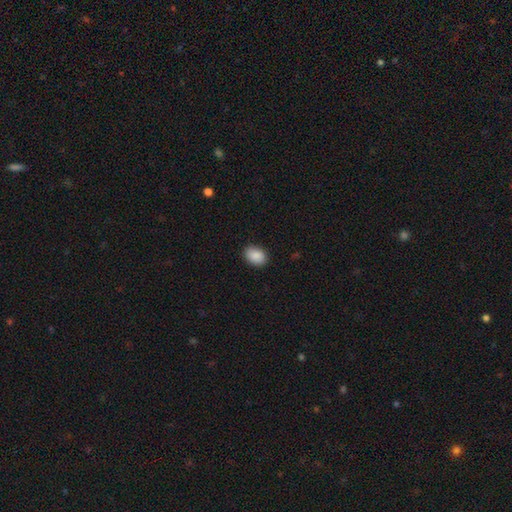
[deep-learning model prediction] This is clearly a smooth galaxy (89%). How rounded: likely in between (77%). Merging: clearly none (87%).